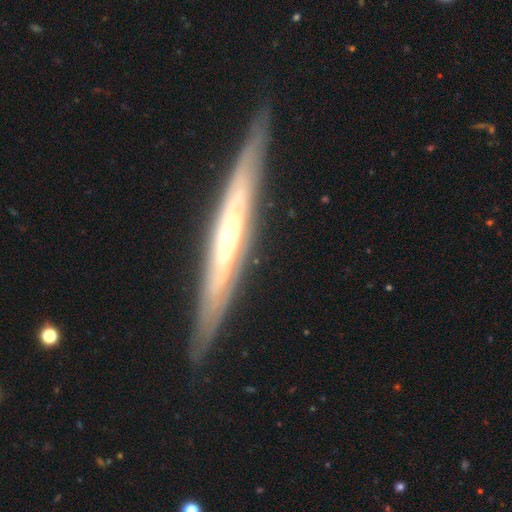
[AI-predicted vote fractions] This is likely a featured or disk galaxy (80%). It is clearly viewed edge-on (87%). Edge-on bulge: likely rounded (60%). Merging: clearly none (87%).